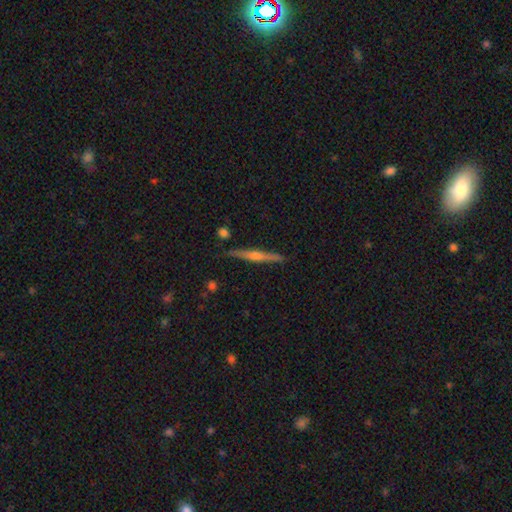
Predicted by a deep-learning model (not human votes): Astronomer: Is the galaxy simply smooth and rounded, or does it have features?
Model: featured or disk — 78%.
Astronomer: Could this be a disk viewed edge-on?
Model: yes — 98%.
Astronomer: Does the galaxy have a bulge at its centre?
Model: rounded — 86%.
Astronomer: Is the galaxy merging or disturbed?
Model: none — 91%.